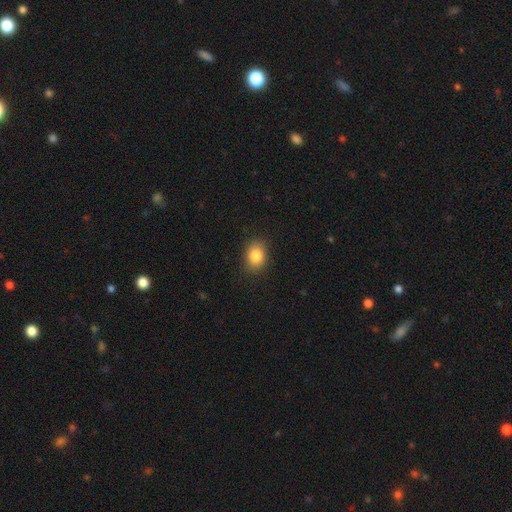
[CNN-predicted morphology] This appears to be a smooth galaxy with no disk features (84%) that is in between round and cigar-shaped (63%). Merging: none (87%).